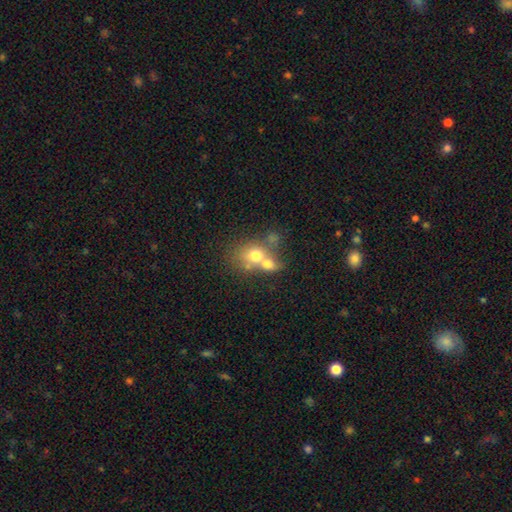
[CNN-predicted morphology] type=smooth (67%); roundness=round (60%); merging=merger (62%).